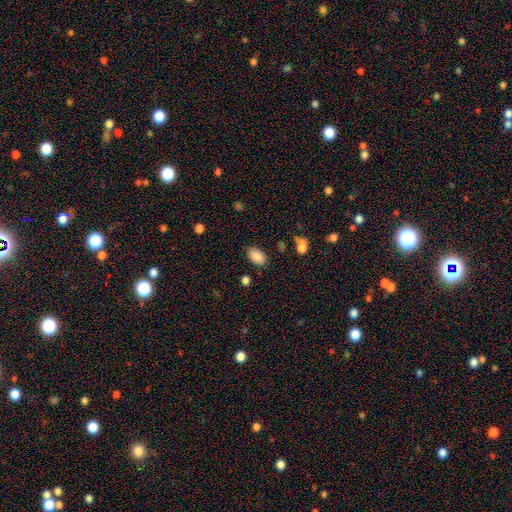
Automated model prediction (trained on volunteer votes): smooth-or-featured: smooth: 87% | star or artifact: 8% | featured or disk: 5%
  how-rounded: in between: 92% | round: 6% | cigar-shaped: 1%
  merging: none: 83% | minor disturbance: 12% | major disturbance: 3% | merger: 2%